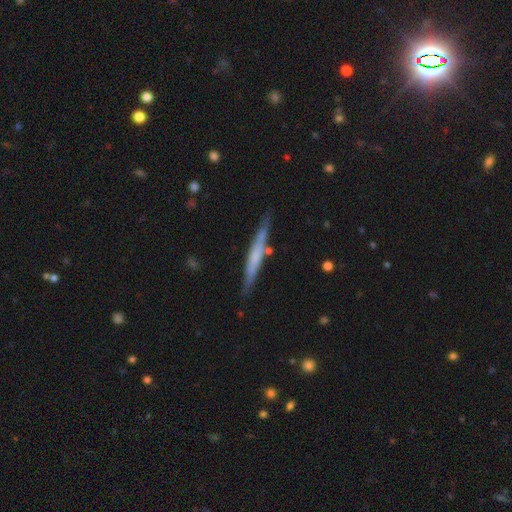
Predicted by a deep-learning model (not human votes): Smooth or featured? featured or disk (51%)
Edge-on disk? yes (95%)
Merging? none (81%)